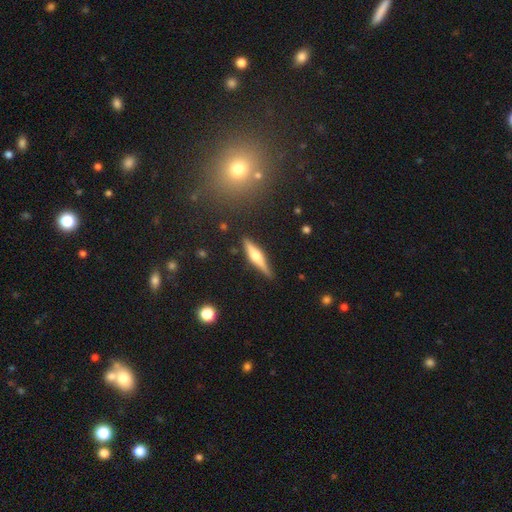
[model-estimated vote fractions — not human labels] The model was most divided on "smooth or featured": featured or disk: 61%, smooth: 33%, star or artifact: 6%. More confident: edge-on disk — yes (96%); merging — none (86%); edge-on bulge — rounded (86%).